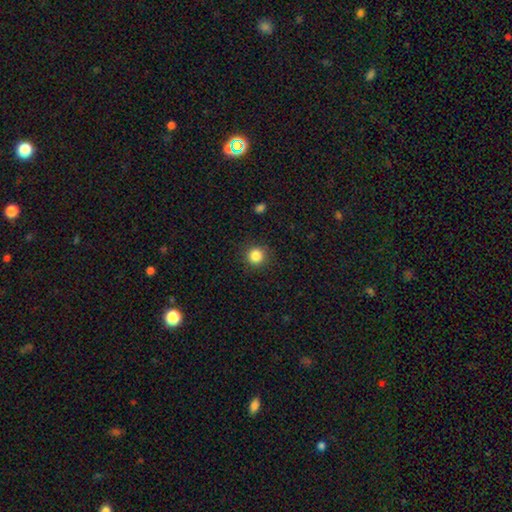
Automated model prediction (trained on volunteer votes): Q: Smooth or featured?
A: smooth (85%); runner-up: star or artifact (11%)
Q: How rounded?
A: round (93%); runner-up: in between (6%)
Q: Merging?
A: none (90%); runner-up: minor disturbance (7%)